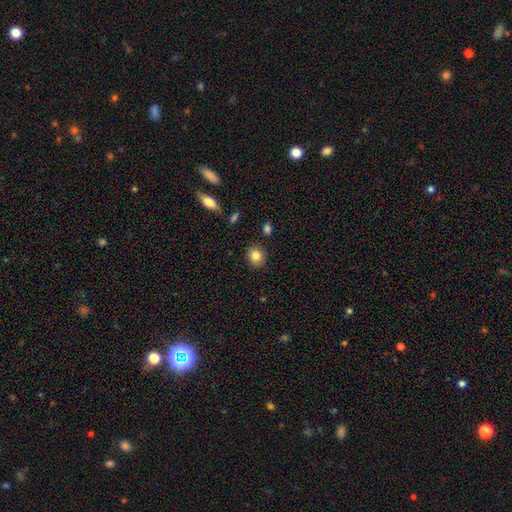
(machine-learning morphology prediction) smooth 84%, star or artifact 10%, featured or disk 7%. Down the decision tree: how rounded — round (83%); merging — none (88%).